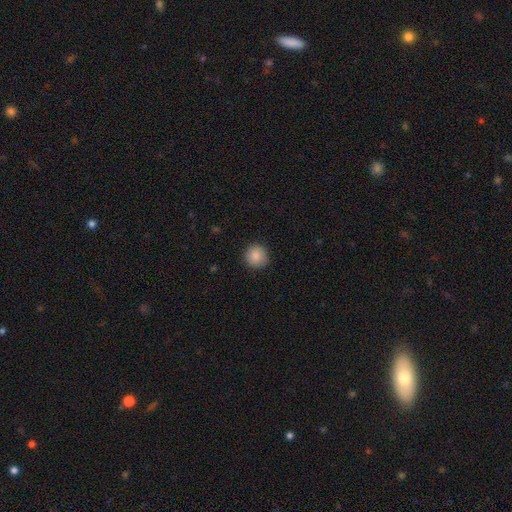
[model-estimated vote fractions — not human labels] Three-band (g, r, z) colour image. It shows a smooth galaxy with no disk features (87%) that is round (94%). Merging: none (89%).